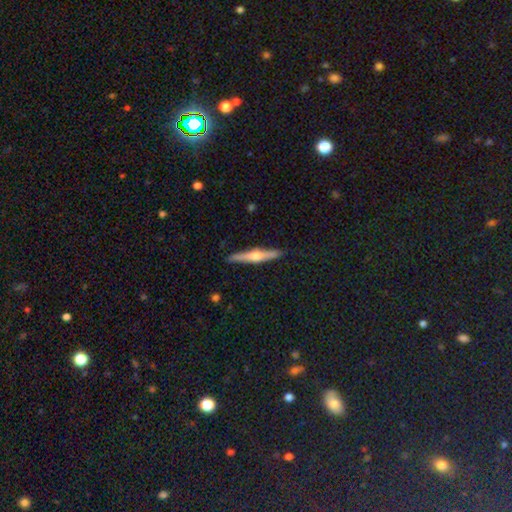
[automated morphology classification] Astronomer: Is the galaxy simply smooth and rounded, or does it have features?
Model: featured or disk — 64%.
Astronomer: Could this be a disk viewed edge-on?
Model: yes — 97%.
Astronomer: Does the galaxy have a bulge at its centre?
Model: rounded — 92%.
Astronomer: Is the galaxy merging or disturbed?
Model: none — 90%.